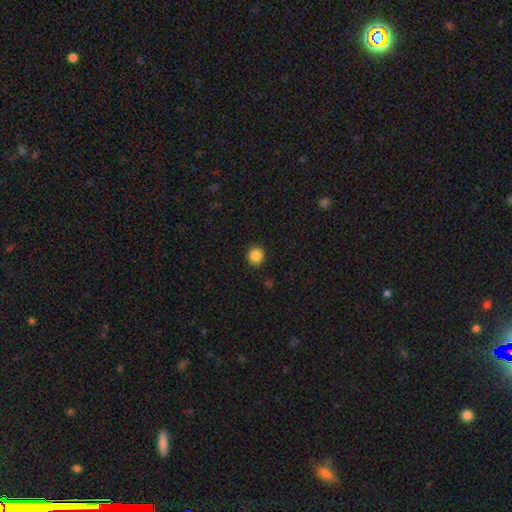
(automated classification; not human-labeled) Smooth or featured: smooth — 87% (star or artifact — 10%)
How rounded: round — 92% (in between — 7%)
Merging: none — 91% (minor disturbance — 6%)